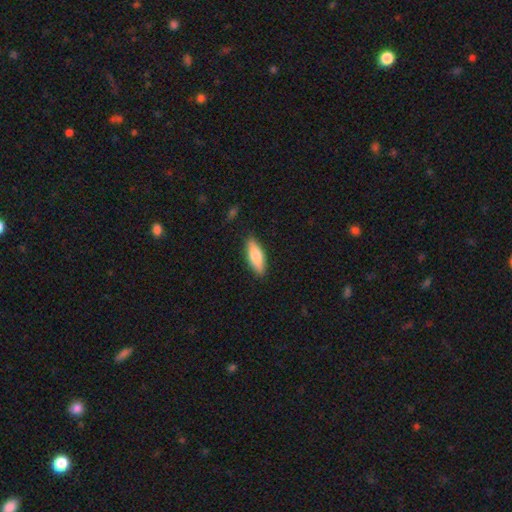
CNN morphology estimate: type=smooth (75%); roundness=in between (62%); merging=none (87%).